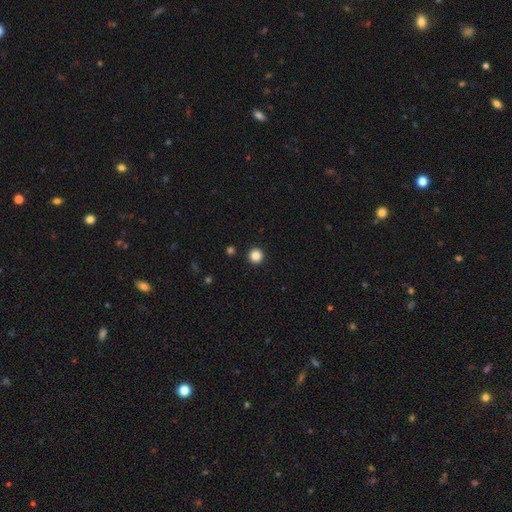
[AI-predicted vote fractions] A smooth galaxy with no disk features (86%) that is round (96%). Merging: none (93%).